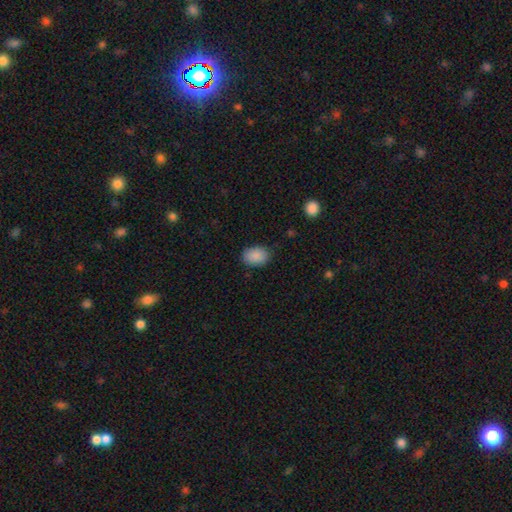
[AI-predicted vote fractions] Smooth or featured?
  - smooth: 89% *
  - star or artifact: 7%
  - featured or disk: 3%
How rounded?
  - in between: 75% *
  - round: 24%
  - cigar-shaped: 1%
Merging?
  - none: 82% *
  - minor disturbance: 14%
  - major disturbance: 3%
  - merger: 1%